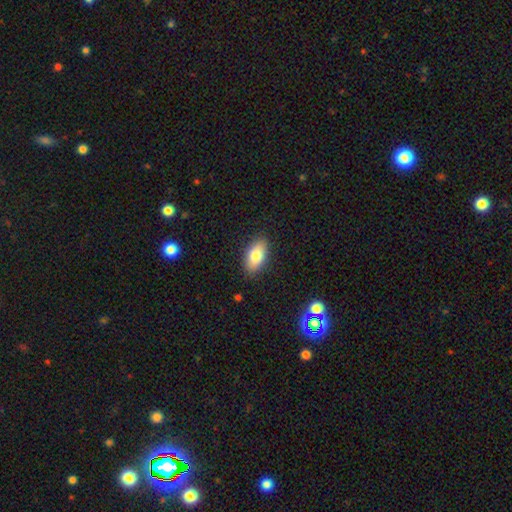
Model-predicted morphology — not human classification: Overall: smooth (80%). How rounded: in between (91%). Merging: none (88%).